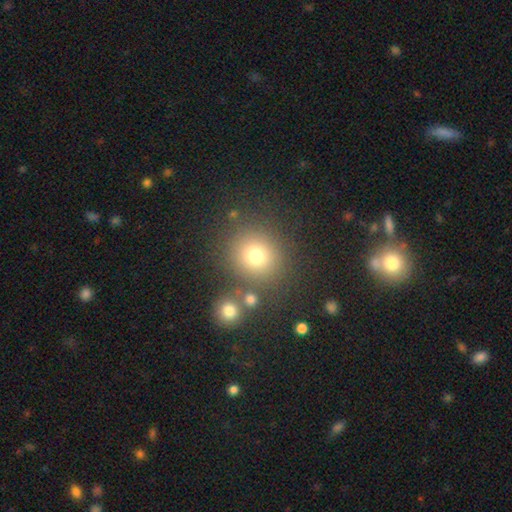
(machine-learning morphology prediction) smooth-or-featured: smooth: 75% | star or artifact: 17% | featured or disk: 9%
  how-rounded: round: 87% | in between: 12% | cigar-shaped: 1%
  merging: none: 79% | minor disturbance: 9% | merger: 8% | major disturbance: 4%